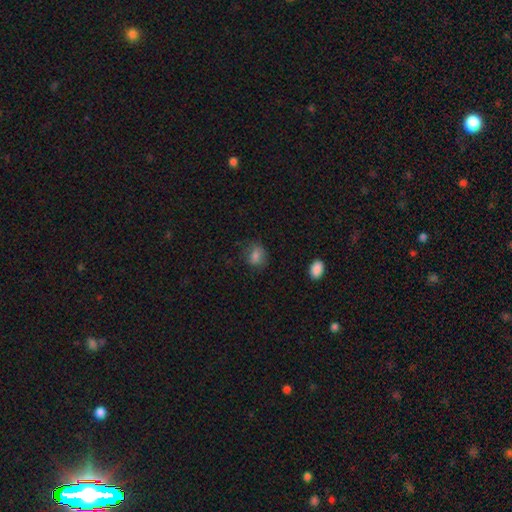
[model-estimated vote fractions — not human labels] Smooth or featured? smooth (80%)
How rounded? in between (54%)
Merging? none (70%)